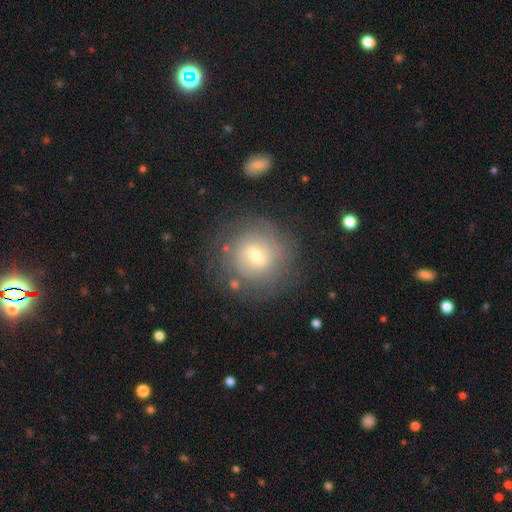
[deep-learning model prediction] Overall: featured or disk (63%; smooth 28%). Edge-on disk: no (95%). Bar: weak (60%; no 22%). Spiral arms: yes (74%). Bulge size: small (50%; moderate 45%). Merging: none (77%).